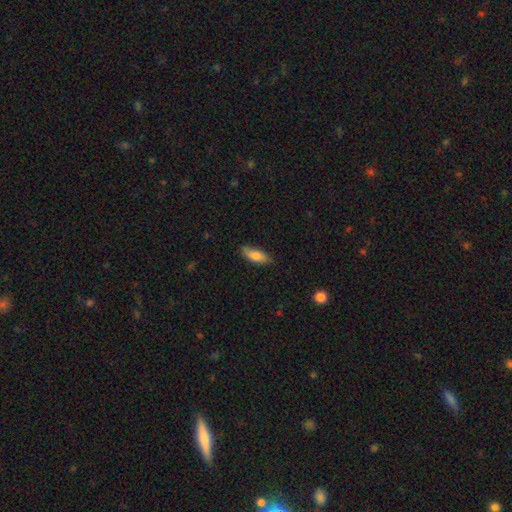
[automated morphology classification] Overall: smooth (79%). How rounded: in between (68%; cigar-shaped 30%). Merging: none (76%).